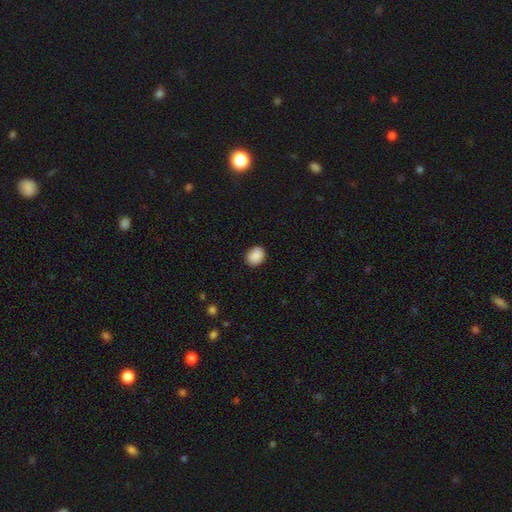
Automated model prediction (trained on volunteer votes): Morphology: type=smooth (89%); roundness=round (52%); merging=none (88%).